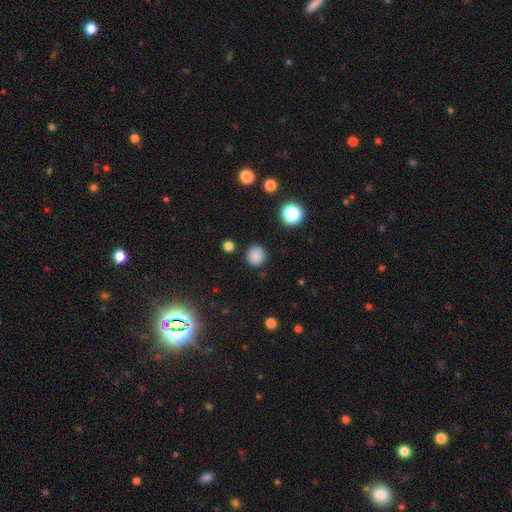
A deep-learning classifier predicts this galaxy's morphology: The model was most divided on "smooth or featured": smooth: 84%, star or artifact: 12%, featured or disk: 4%. More confident: how rounded — round (88%); merging — none (88%).